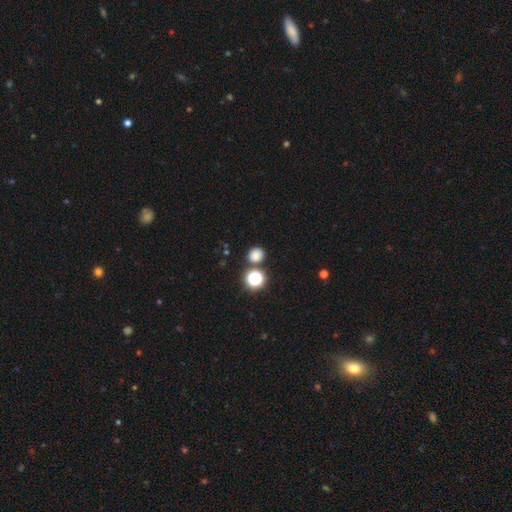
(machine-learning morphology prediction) smooth 77%, star or artifact 19%, featured or disk 5%. Down the decision tree: how rounded — round (78%); merging — none (80%).